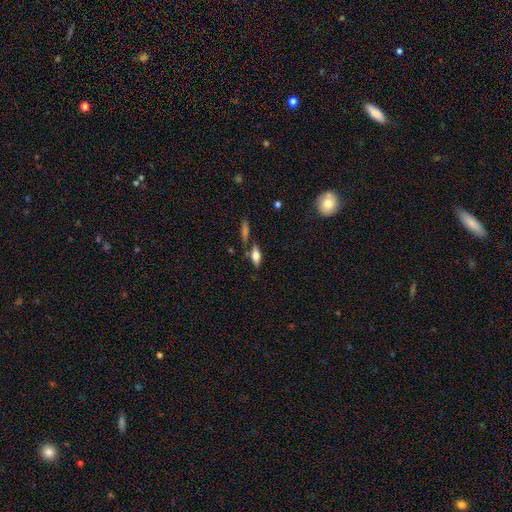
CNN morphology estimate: type=smooth (67%); roundness=in between (75%); merging=none (66%).